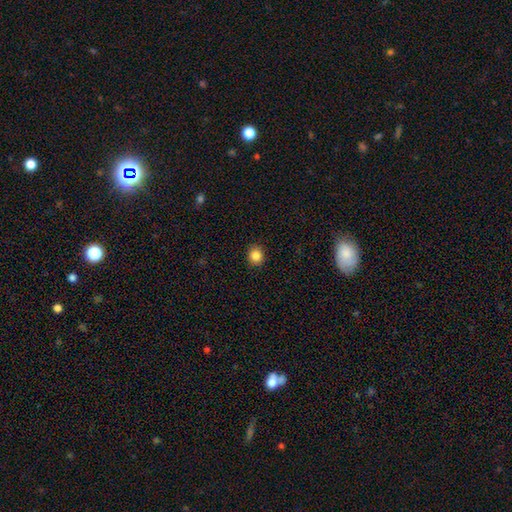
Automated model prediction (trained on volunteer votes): Q: Smooth or featured?
A: smooth (85%); runner-up: star or artifact (10%)
Q: How rounded?
A: round (82%); runner-up: in between (17%)
Q: Merging?
A: none (91%); runner-up: minor disturbance (7%)